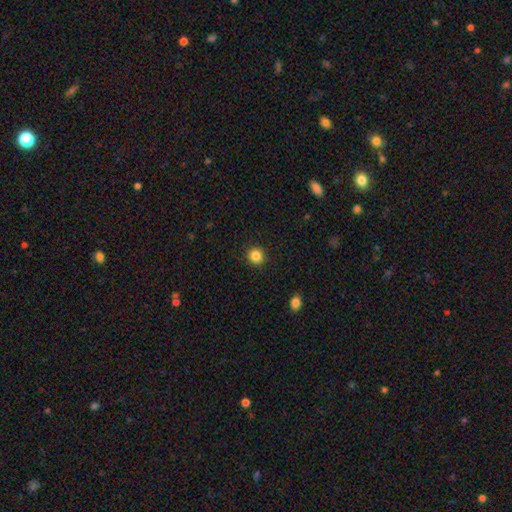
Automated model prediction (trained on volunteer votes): smooth-or-featured: smooth: 85% | star or artifact: 11% | featured or disk: 4%
  how-rounded: round: 92% | in between: 7% | cigar-shaped: 1%
  merging: none: 92% | minor disturbance: 5% | major disturbance: 2% | merger: 1%